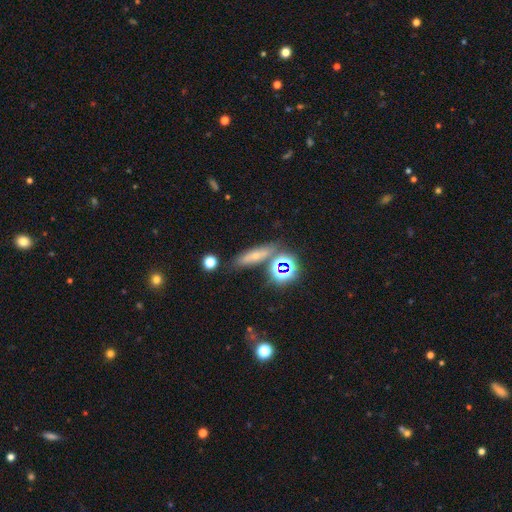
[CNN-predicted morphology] Smooth or featured: smooth — 55% (star or artifact — 23%)
How rounded: cigar-shaped — 52% (in between — 35%)
Merging: none — 73% (minor disturbance — 13%)